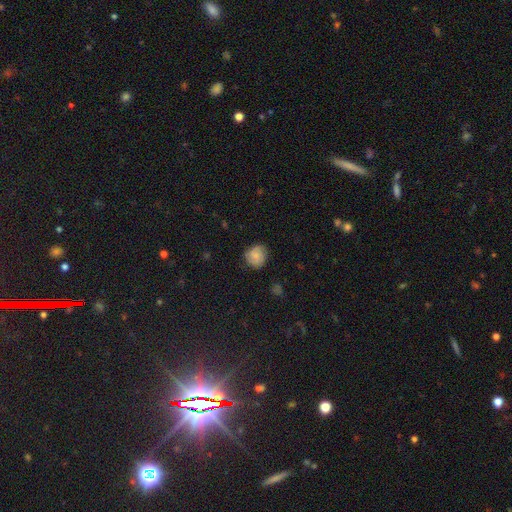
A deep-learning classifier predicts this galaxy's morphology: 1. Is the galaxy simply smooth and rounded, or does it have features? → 59% smooth, 32% featured or disk, 9% star or artifact.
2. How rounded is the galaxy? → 81% round, 18% in between, 1% cigar-shaped.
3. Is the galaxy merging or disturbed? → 73% none, 21% minor disturbance, 5% major disturbance, 1% merger.